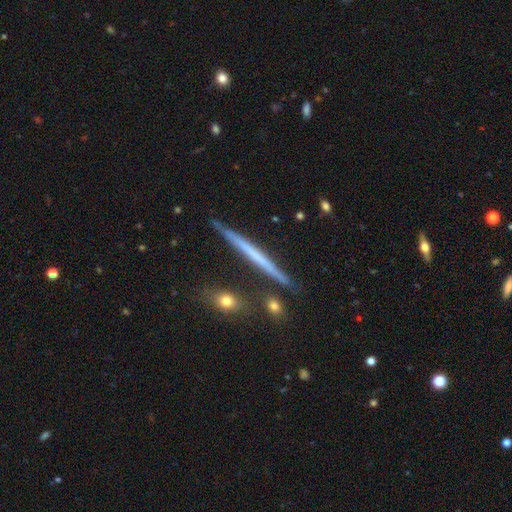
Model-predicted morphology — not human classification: The model was most divided on "smooth or featured": featured or disk: 60%, smooth: 34%, star or artifact: 6%. More confident: edge-on disk — yes (97%); edge-on bulge — none (89%); merging — none (87%).